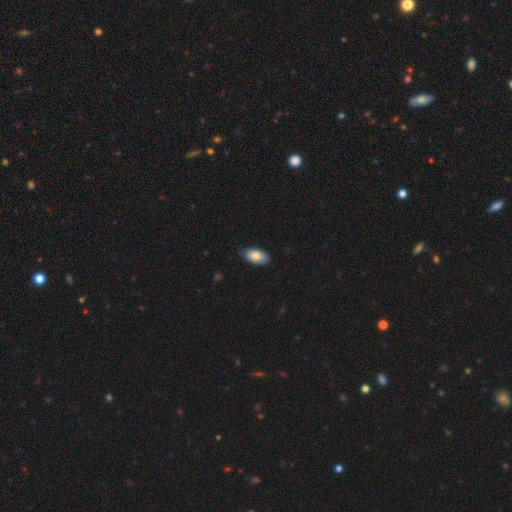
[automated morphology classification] The model was most divided on "merging": none: 82%, minor disturbance: 15%, major disturbance: 2%, merger: 1%. More confident: how rounded — in between (93%); smooth or featured — smooth (83%).